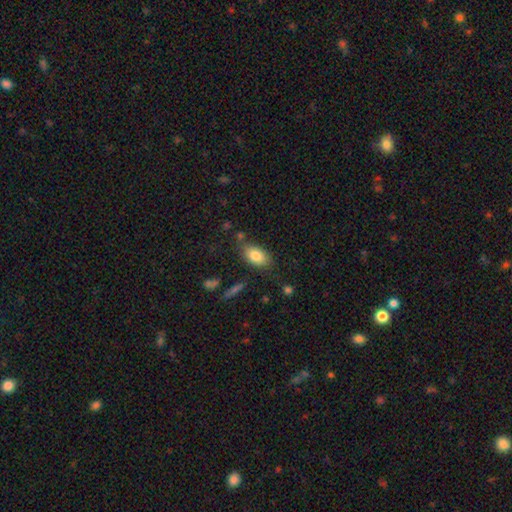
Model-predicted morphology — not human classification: Smooth or featured?
  - smooth: 84% *
  - featured or disk: 9%
  - star or artifact: 7%
How rounded?
  - in between: 91% *
  - round: 5%
  - cigar-shaped: 3%
Merging?
  - none: 74% *
  - minor disturbance: 17%
  - major disturbance: 5%
  - merger: 5%